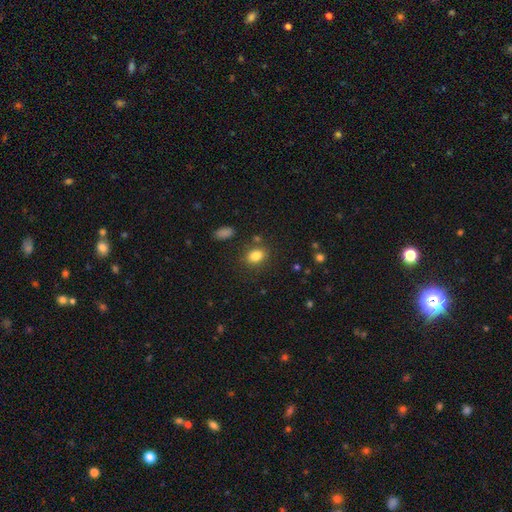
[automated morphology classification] A smooth galaxy with no disk features (83%) that is in between round and cigar-shaped (67%). Merging: none (80%).